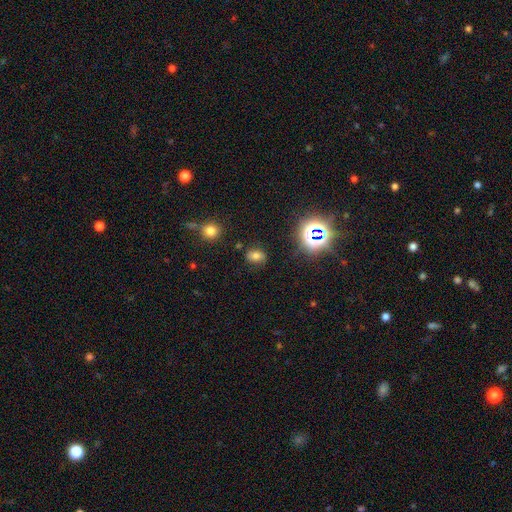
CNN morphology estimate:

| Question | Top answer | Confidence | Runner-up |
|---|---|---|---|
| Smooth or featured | smooth | 64% | star or artifact (24%) |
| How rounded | in between | 72% | round (26%) |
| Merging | none | 80% | minor disturbance (13%) |